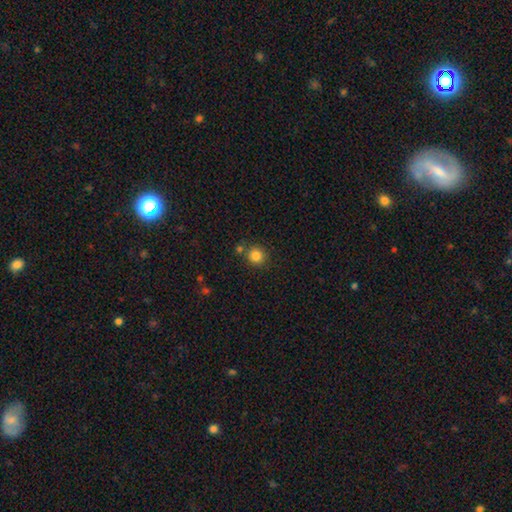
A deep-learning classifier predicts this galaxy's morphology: Smooth or featured: smooth — 85% (star or artifact — 11%)
How rounded: round — 90% (in between — 9%)
Merging: none — 77% (merger — 11%)